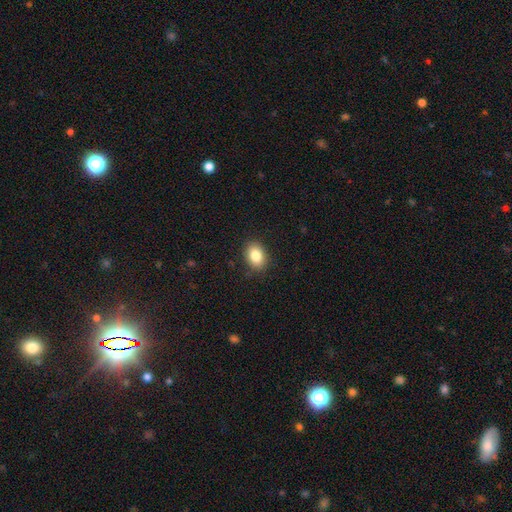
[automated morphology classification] Smooth or featured: smooth — 84% (star or artifact — 9%)
How rounded: in between — 75% (round — 24%)
Merging: none — 88% (minor disturbance — 9%)